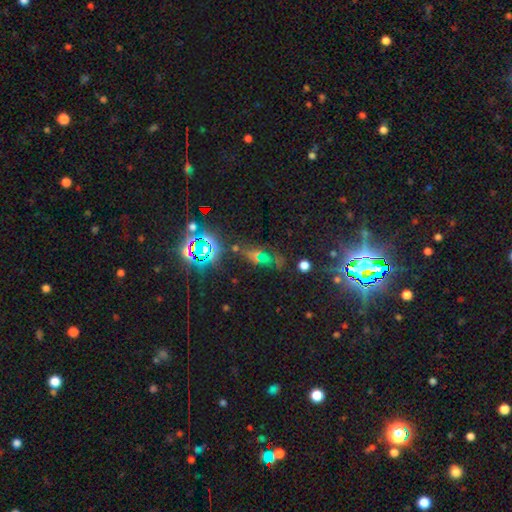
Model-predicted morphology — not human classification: Smooth or featured? Predicted: star or artifact (p=0.61).